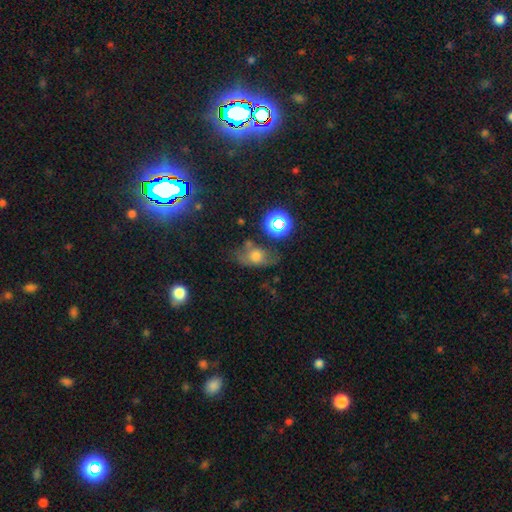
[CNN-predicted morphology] This is possibly a smooth galaxy (58%). How rounded: likely in between (72%). Merging: possibly none (51%).